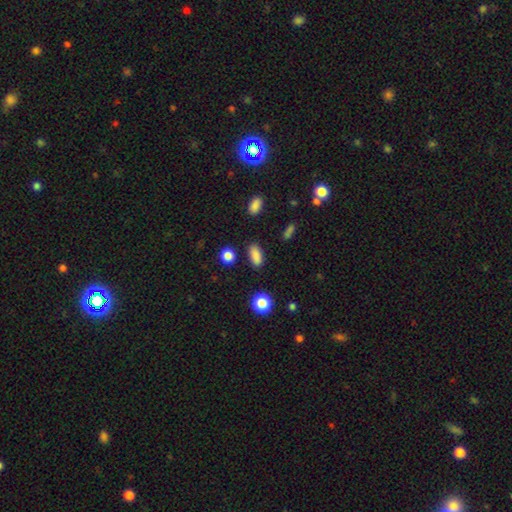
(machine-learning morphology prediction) A smooth galaxy with no disk features (86%) that is in between round and cigar-shaped (82%).

Vote fractions:
- Smooth or featured? smooth: 86% / star or artifact: 10% / featured or disk: 4%
- How rounded? in between: 82% / cigar-shaped: 11% / round: 7%
- Merging? none: 87% / minor disturbance: 8% / major disturbance: 3% / merger: 2%